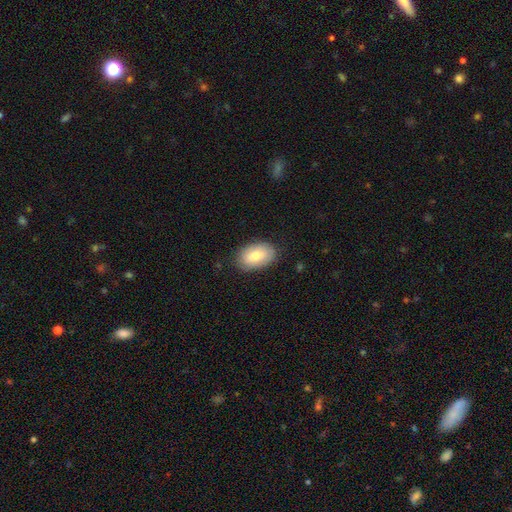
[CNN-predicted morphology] A smooth galaxy with no disk features (75%) that is in between round and cigar-shaped (92%).

Vote fractions:
- Smooth or featured? smooth: 75% / featured or disk: 19% / star or artifact: 6%
- How rounded? in between: 92% / round: 7% / cigar-shaped: 1%
- Merging? none: 83% / minor disturbance: 13% / major disturbance: 3% / merger: 1%